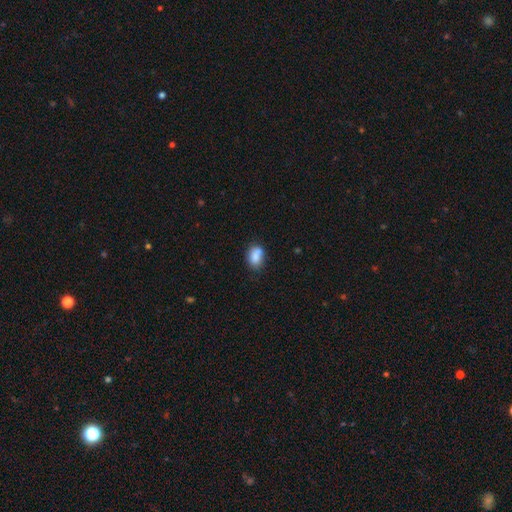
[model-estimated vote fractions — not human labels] smooth_or_featured: smooth (p=0.82) [alt: featured or disk p=0.09]
how_rounded: in between (p=0.76) [alt: round p=0.23]
merging: none (p=0.57) [alt: minor disturbance p=0.22]